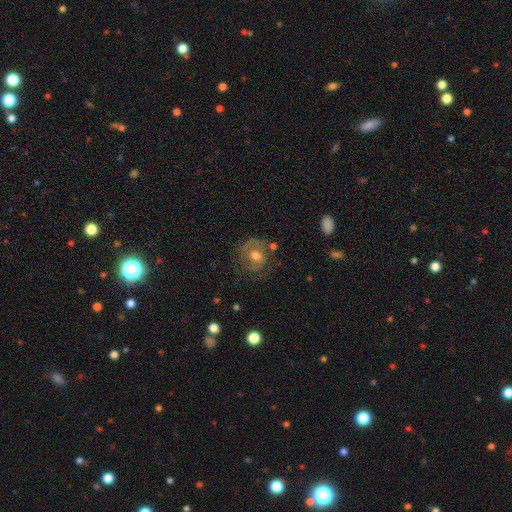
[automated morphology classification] The model was most divided on "smooth or featured": featured or disk: 57%, smooth: 34%, star or artifact: 9%. More confident: edge-on disk — no (96%); bulge size — moderate (75%); spiral arms — yes (64%); merging — none (60%); bar — no (60%).